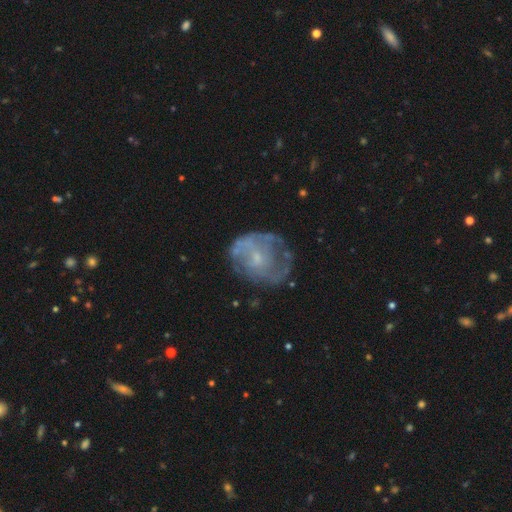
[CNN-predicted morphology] Q: Smooth or featured?
A: featured or disk (66%); runner-up: smooth (24%)
Q: Edge-on disk?
A: no (97%); runner-up: yes (3%)
Q: Bar?
A: no (72%); runner-up: weak (24%)
Q: Spiral arms?
A: yes (53%); runner-up: no (47%)
Q: Bulge size?
A: small (64%); runner-up: moderate (21%)
Q: Merging?
A: none (57%); runner-up: minor disturbance (22%)